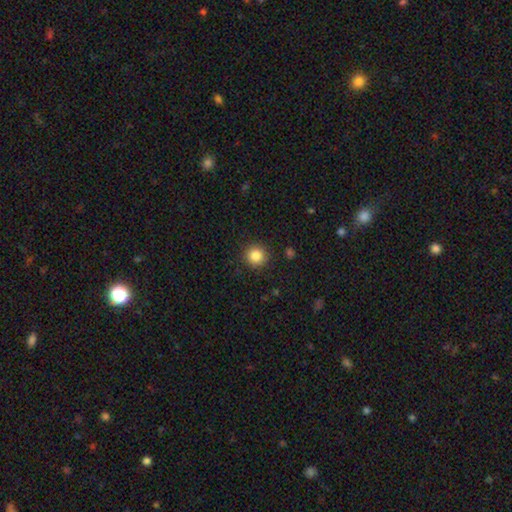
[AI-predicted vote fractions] Smooth or featured: smooth — 85% (star or artifact — 10%)
How rounded: round — 94% (in between — 5%)
Merging: none — 90% (minor disturbance — 6%)